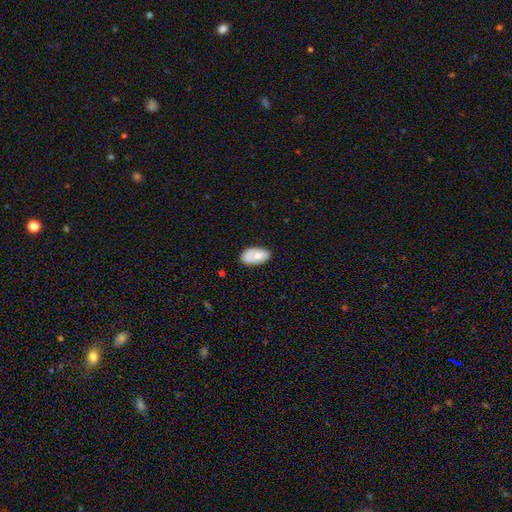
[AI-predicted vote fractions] smooth 72%, featured or disk 22%, star or artifact 7%. Down the decision tree: how rounded — in between (95%); merging — none (69%).